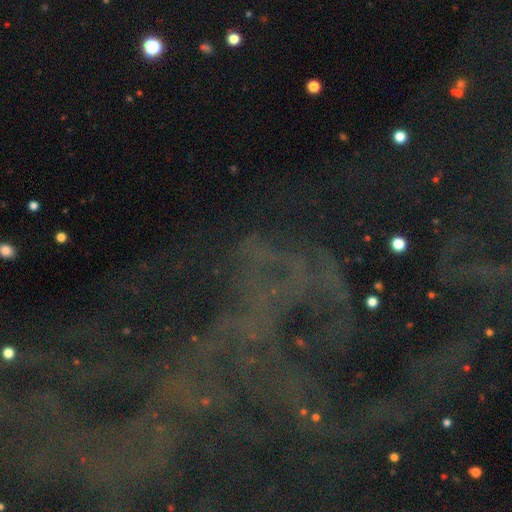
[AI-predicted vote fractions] Q: Smooth or featured?
A: star or artifact (64%); runner-up: featured or disk (24%)